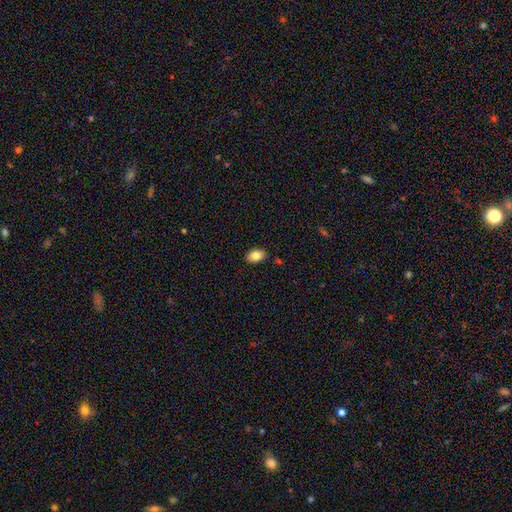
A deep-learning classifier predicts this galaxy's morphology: type=smooth (83%); roundness=in between (89%); merging=none (86%).